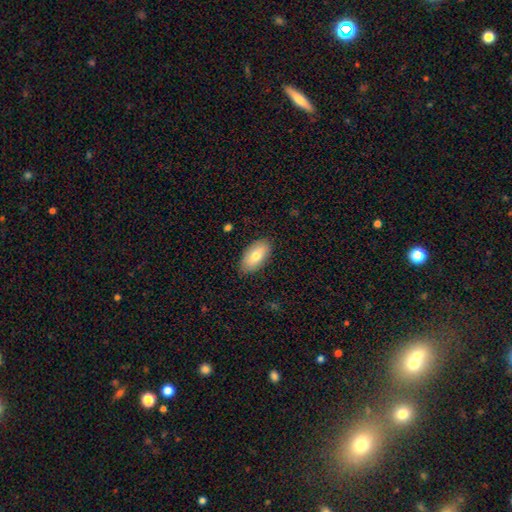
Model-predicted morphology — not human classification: Smooth or featured? Predicted: smooth (p=0.76). How rounded? Predicted: in between (p=0.93). Merging? Predicted: none (p=0.85).